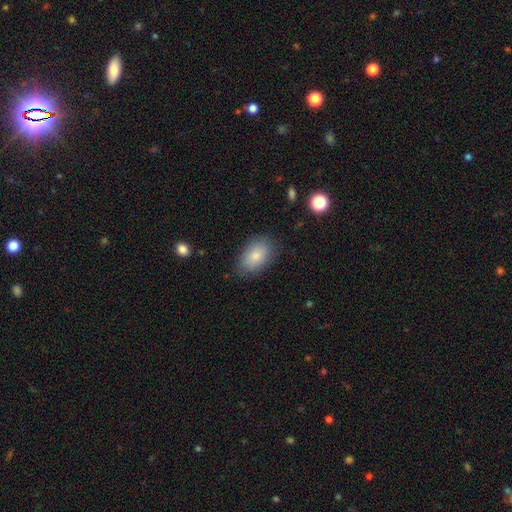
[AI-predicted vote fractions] smooth 82%, featured or disk 11%, star or artifact 7%. Down the decision tree: how rounded — in between (90%); merging — none (80%).